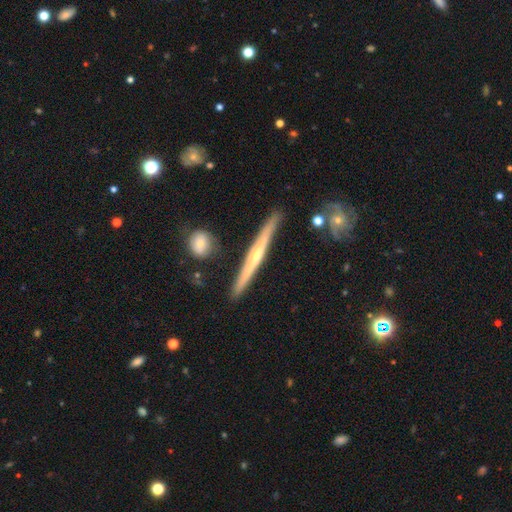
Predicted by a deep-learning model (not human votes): Morphology: type=featured or disk (75%); edge-on=yes (97%); edge-on bulge=rounded (67%); merging=none (89%).